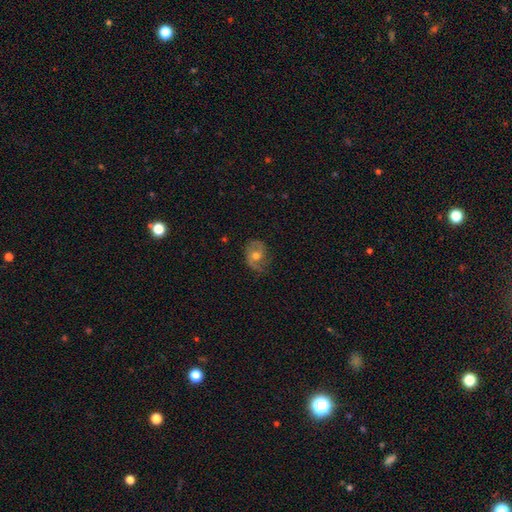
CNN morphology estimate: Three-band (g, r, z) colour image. It shows a featured or disk galaxy (62%) with no bar (63%), 2 (74%) medium (46%) spiral arms (85%) and a moderate central bulge (69%). Merging: none (66%).